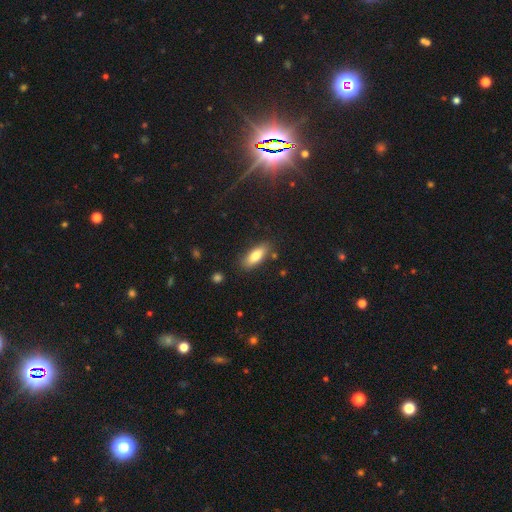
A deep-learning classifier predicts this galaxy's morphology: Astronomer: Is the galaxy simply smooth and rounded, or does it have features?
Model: smooth — 80%.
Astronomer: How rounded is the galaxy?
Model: in between — 73%.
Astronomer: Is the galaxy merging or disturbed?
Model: none — 82%.